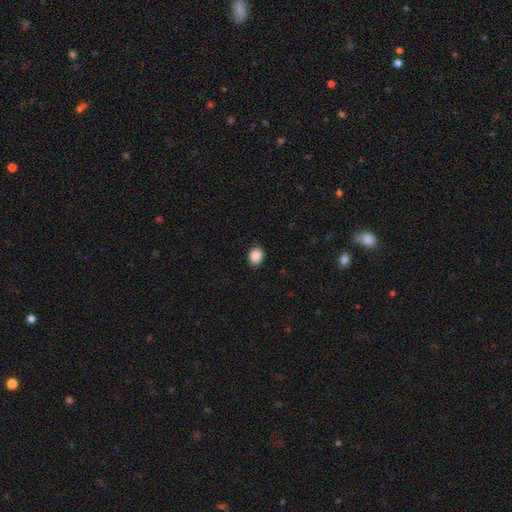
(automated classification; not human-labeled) smooth_or_featured: smooth (p=0.89) [alt: star or artifact p=0.09]
how_rounded: round (p=0.54) [alt: in between p=0.45]
merging: none (p=0.86) [alt: minor disturbance p=0.10]